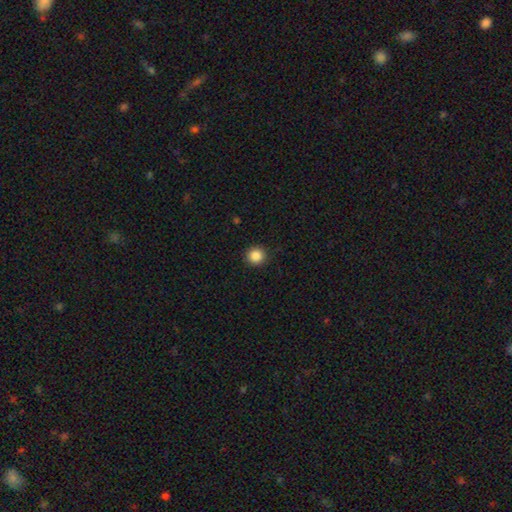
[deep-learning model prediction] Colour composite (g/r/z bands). It shows a smooth galaxy with no disk features (87%) that is round (93%). Merging: none (92%).